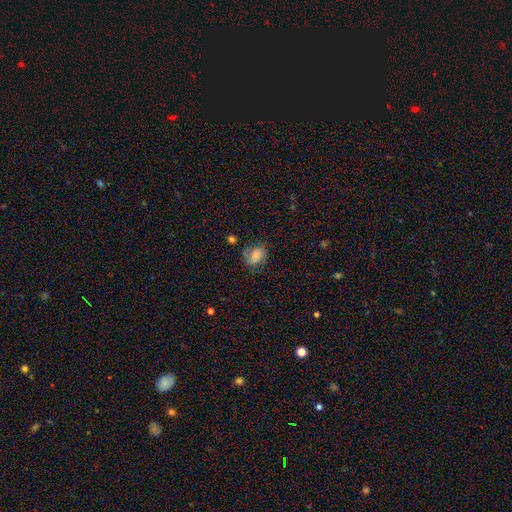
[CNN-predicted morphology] smooth 78%, featured or disk 12%, star or artifact 10%. Down the decision tree: how rounded — in between (77%); merging — none (53%).